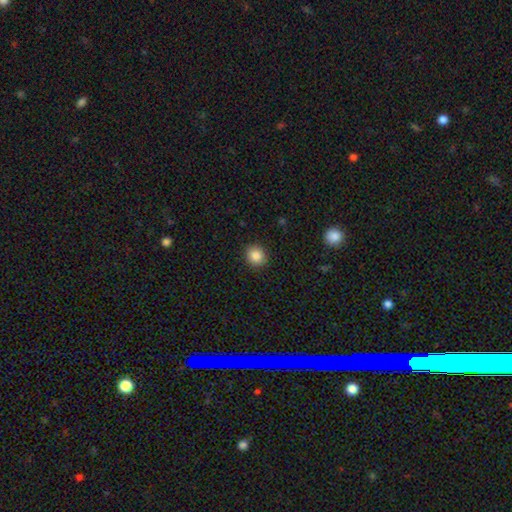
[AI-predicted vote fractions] smooth_or_featured: smooth (p=0.87) [alt: star or artifact p=0.10]
how_rounded: round (p=0.86) [alt: in between p=0.13]
merging: none (p=0.91) [alt: minor disturbance p=0.06]